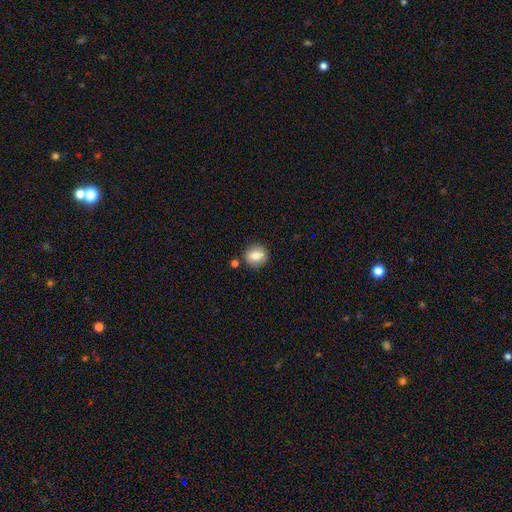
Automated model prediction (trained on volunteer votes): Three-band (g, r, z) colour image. It shows a smooth galaxy with no disk features (81%) that is round (80%). Merging: none (84%).